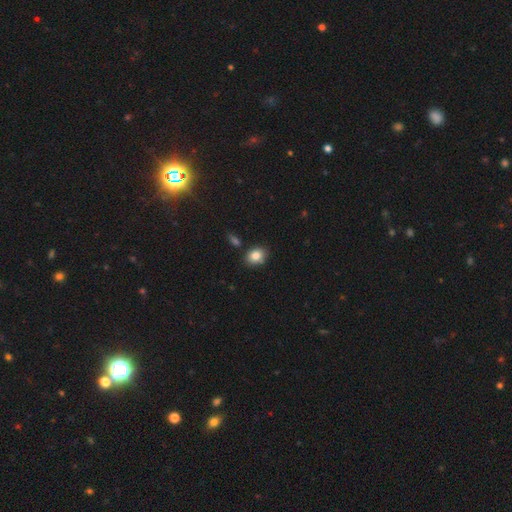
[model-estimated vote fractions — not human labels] smooth_or_featured: smooth (p=0.83) [alt: star or artifact p=0.09]
how_rounded: in between (p=0.57) [alt: round p=0.41]
merging: none (p=0.81) [alt: minor disturbance p=0.12]